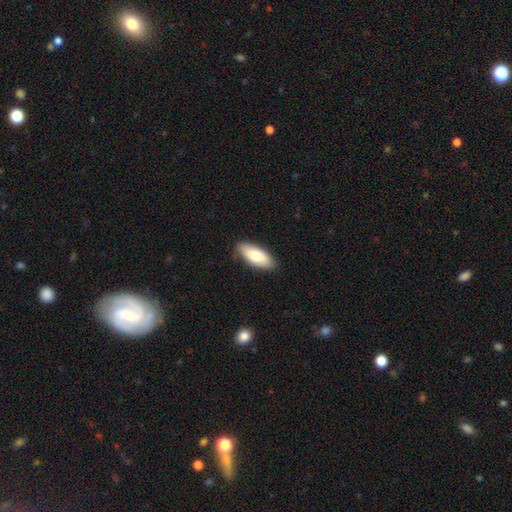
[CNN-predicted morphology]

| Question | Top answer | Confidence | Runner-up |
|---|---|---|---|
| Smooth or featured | smooth | 78% | featured or disk (17%) |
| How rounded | in between | 84% | cigar-shaped (14%) |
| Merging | none | 85% | minor disturbance (12%) |